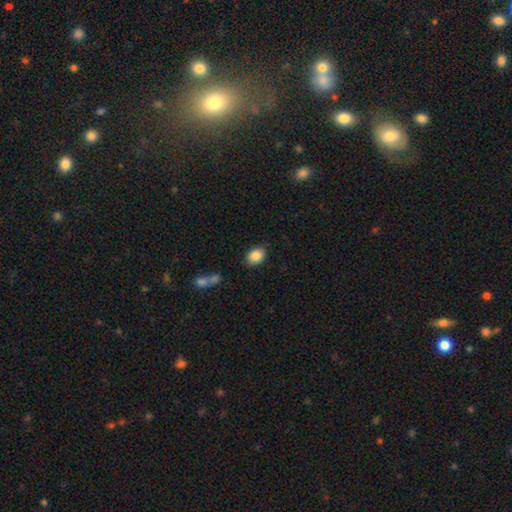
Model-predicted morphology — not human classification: smooth 87%, star or artifact 8%, featured or disk 6%. Down the decision tree: how rounded — in between (71%); merging — none (84%).